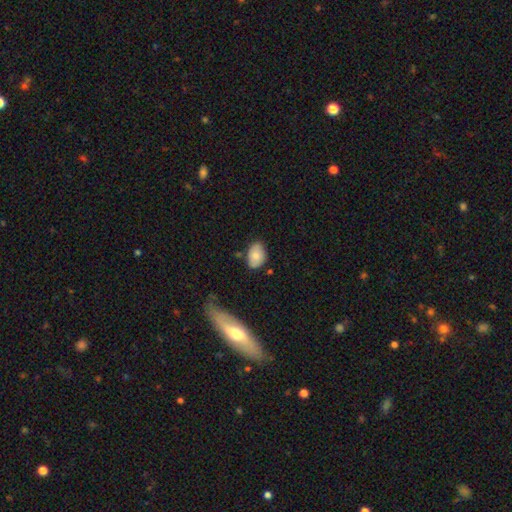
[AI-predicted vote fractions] Overall: smooth (77%). How rounded: in between (87%). Merging: none (70%).